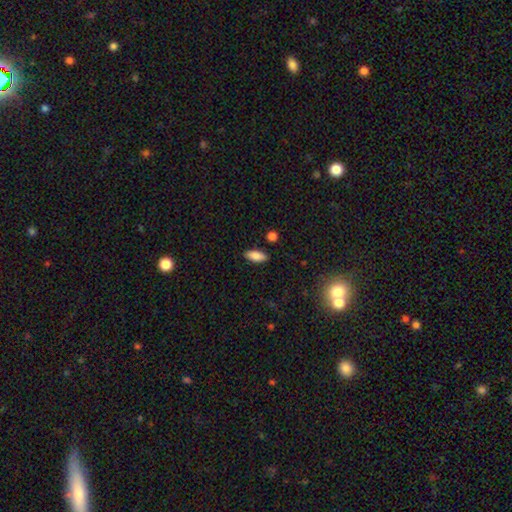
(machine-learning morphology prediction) A smooth galaxy with no disk features (83%) that is in between round and cigar-shaped (81%).

Vote fractions:
- Smooth or featured? smooth: 83% / featured or disk: 10% / star or artifact: 7%
- How rounded? in between: 81% / cigar-shaped: 16% / round: 2%
- Merging? none: 87% / minor disturbance: 9% / merger: 2% / major disturbance: 2%